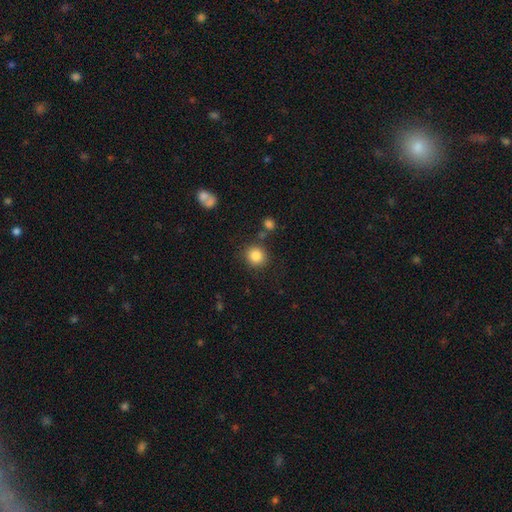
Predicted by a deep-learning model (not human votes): This is clearly a smooth galaxy (85%). How rounded: clearly round (90%). Merging: clearly none (83%).